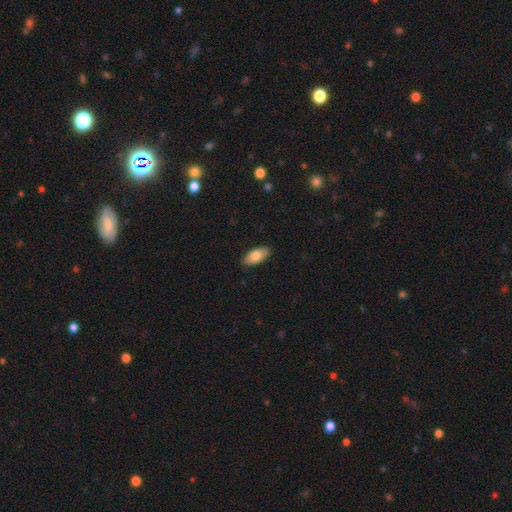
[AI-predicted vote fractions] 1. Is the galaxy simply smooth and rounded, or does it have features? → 81% smooth, 13% featured or disk, 6% star or artifact.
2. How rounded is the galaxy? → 91% in between, 7% cigar-shaped, 2% round.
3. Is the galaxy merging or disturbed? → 89% none, 9% minor disturbance, 2% major disturbance, 1% merger.